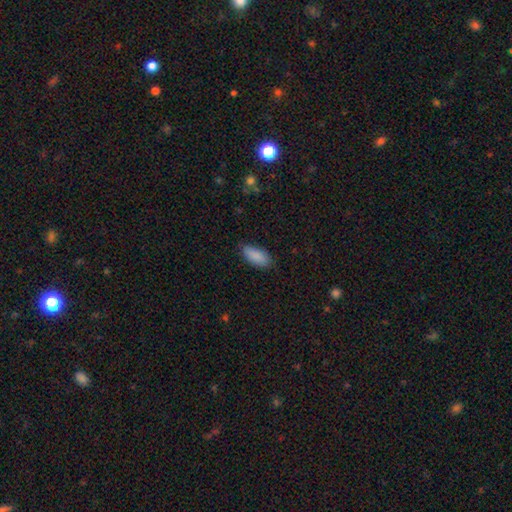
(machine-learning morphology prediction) A smooth galaxy with no disk features (89%) that is in between round and cigar-shaped (88%).

Vote fractions:
- Smooth or featured? smooth: 89% / star or artifact: 6% / featured or disk: 4%
- How rounded? in between: 88% / cigar-shaped: 10% / round: 2%
- Merging? none: 81% / minor disturbance: 15% / major disturbance: 3% / merger: 1%